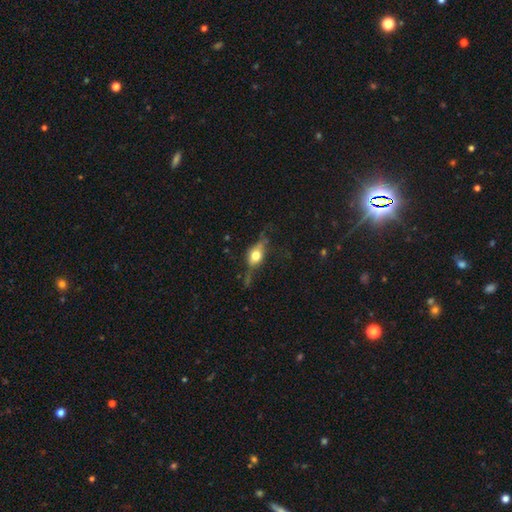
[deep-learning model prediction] This is marginally a featured or disk galaxy (45%). Merging: possibly none (55%).